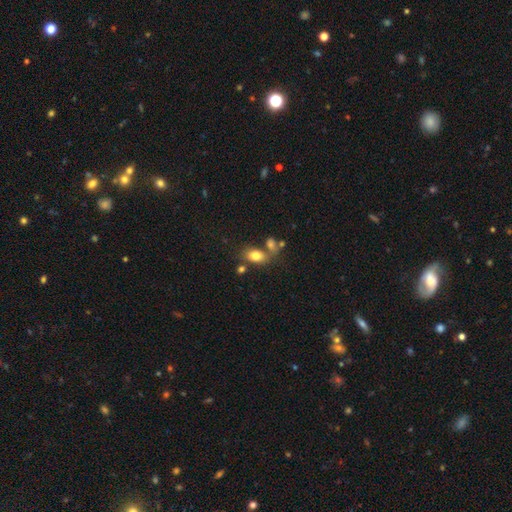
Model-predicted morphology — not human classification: type=smooth (80%); roundness=in between (85%); merging=none (59%).